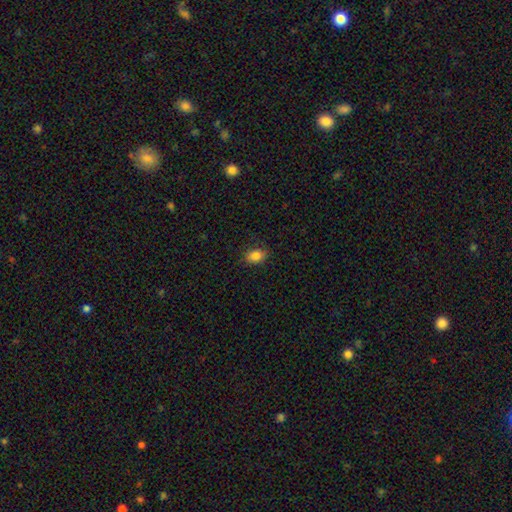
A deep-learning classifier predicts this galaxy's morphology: Q: Smooth or featured?
A: smooth (85%); runner-up: star or artifact (10%)
Q: How rounded?
A: in between (73%); runner-up: round (25%)
Q: Merging?
A: none (84%); runner-up: minor disturbance (12%)